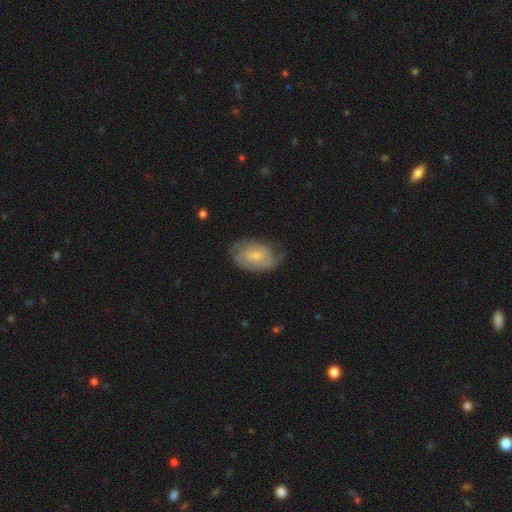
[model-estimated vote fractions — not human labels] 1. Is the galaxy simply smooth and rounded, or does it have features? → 47% smooth, 46% featured or disk, 6% star or artifact.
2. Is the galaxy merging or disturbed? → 57% none, 30% minor disturbance, 12% major disturbance, 1% merger.